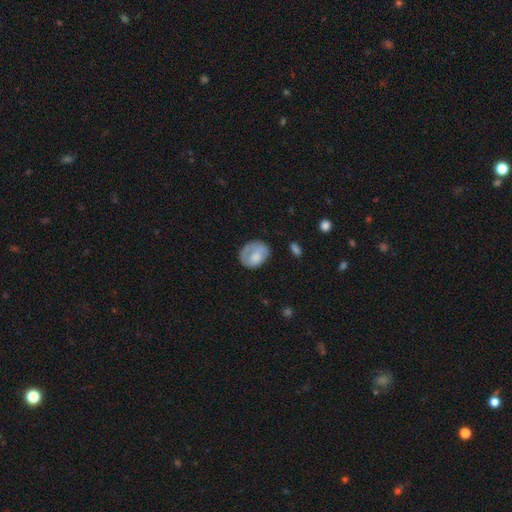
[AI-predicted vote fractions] Overall: smooth (63%; featured or disk 30%). How rounded: in between (51%; round 48%). Merging: none (55%; minor disturbance 28%).